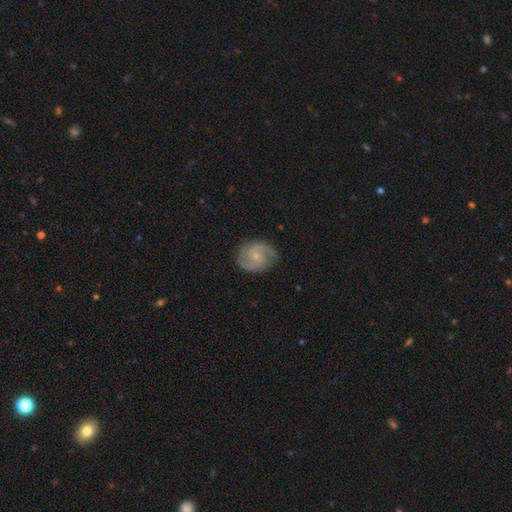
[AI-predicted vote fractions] The model was most divided on "spiral winding": medium: 49%, tight: 38%, loose: 13%. More confident: edge-on disk — no (98%); spiral arms — yes (96%); spiral arm count — 2 (81%); smooth or featured — featured or disk (80%); merging — none (79%); bulge size — small (65%); bar — no (64%).